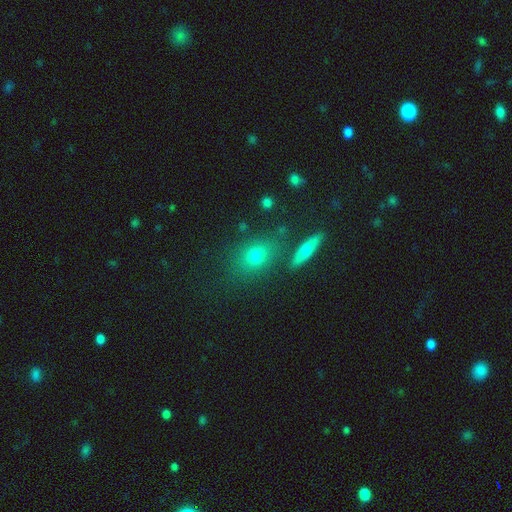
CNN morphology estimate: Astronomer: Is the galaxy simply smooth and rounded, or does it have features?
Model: smooth — 70%.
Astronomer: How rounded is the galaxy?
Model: in between — 48% (runner-up: round, 45%).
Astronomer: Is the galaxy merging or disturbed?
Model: none — 77%.